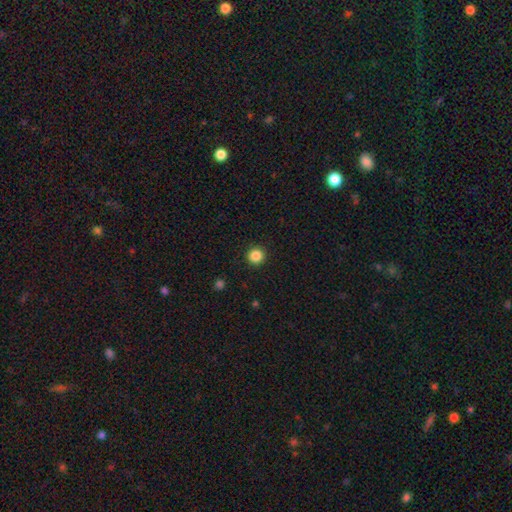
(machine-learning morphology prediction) Smooth or featured: smooth — 86% (star or artifact — 11%)
How rounded: round — 96% (in between — 3%)
Merging: none — 93% (minor disturbance — 4%)